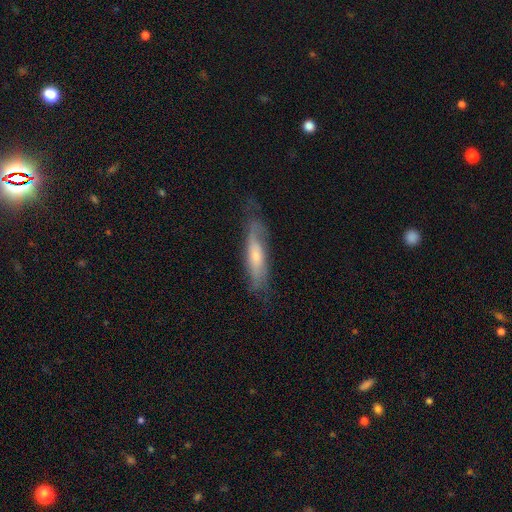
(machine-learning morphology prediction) Smooth or featured? Predicted: featured or disk (p=0.51). Edge-on disk? Predicted: yes (p=0.54). Merging? Predicted: none (p=0.63).